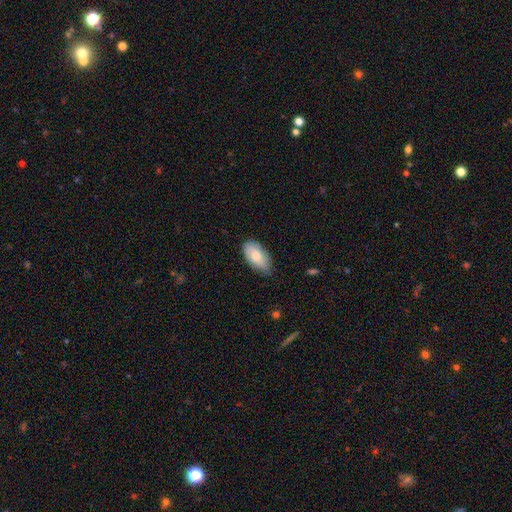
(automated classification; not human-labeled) smooth 72%, featured or disk 22%, star or artifact 6%. Down the decision tree: how rounded — in between (94%); merging — none (71%).